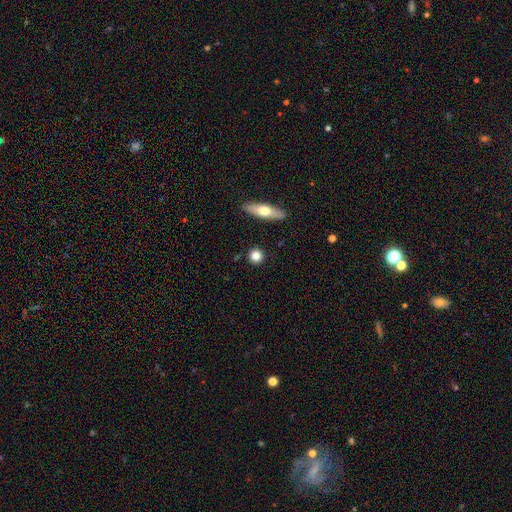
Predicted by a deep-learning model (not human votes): smooth 79%, featured or disk 12%, star or artifact 9%. Down the decision tree: how rounded — round (87%); merging — none (88%).